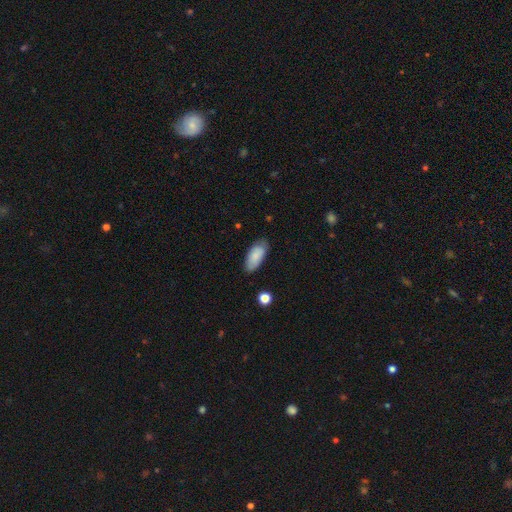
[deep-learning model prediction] Q: Smooth or featured?
A: smooth (85%); runner-up: featured or disk (9%)
Q: How rounded?
A: in between (88%); runner-up: cigar-shaped (10%)
Q: Merging?
A: none (74%); runner-up: minor disturbance (21%)